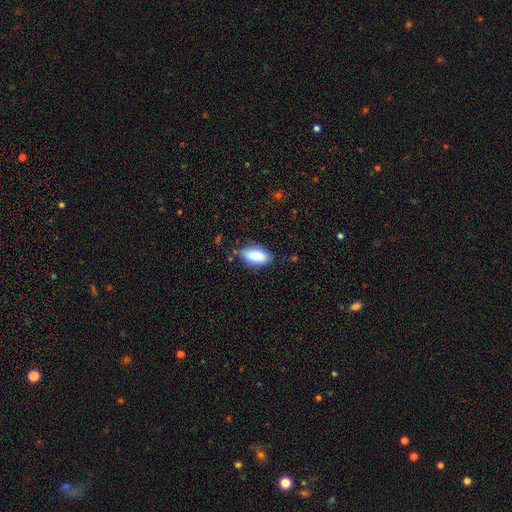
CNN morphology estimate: Q: Smooth or featured?
A: smooth (87%); runner-up: featured or disk (7%)
Q: How rounded?
A: in between (91%); runner-up: cigar-shaped (6%)
Q: Merging?
A: none (78%); runner-up: minor disturbance (17%)